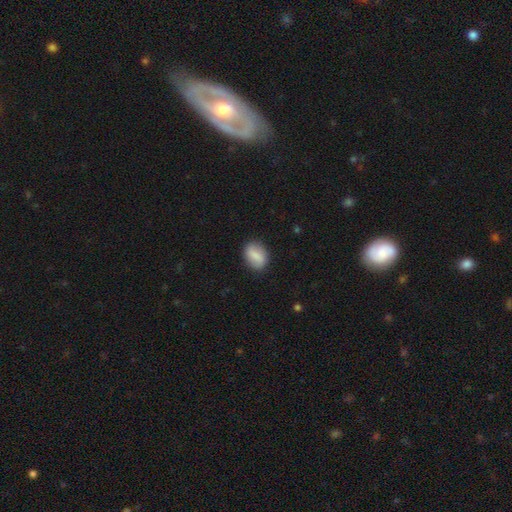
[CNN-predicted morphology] Overall: smooth (80%). How rounded: in between (74%). Merging: none (84%).